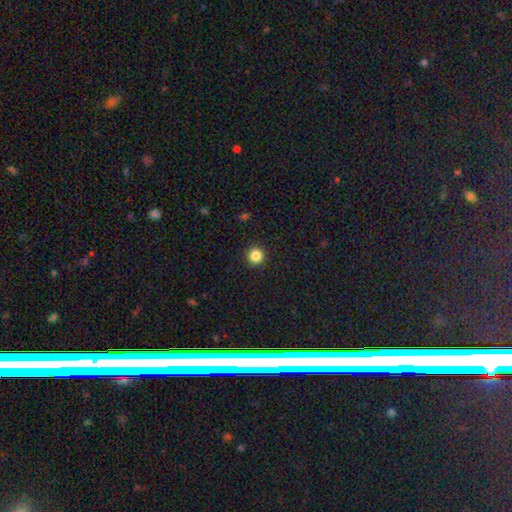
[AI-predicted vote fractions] smooth 85%, star or artifact 11%, featured or disk 4%. Down the decision tree: how rounded — round (95%); merging — none (93%).